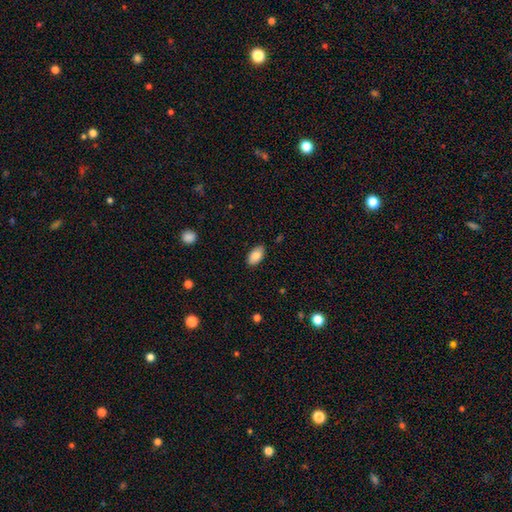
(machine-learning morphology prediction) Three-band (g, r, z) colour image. It shows a smooth galaxy with no disk features (83%) that is in between round and cigar-shaped (94%). Merging: none (86%).